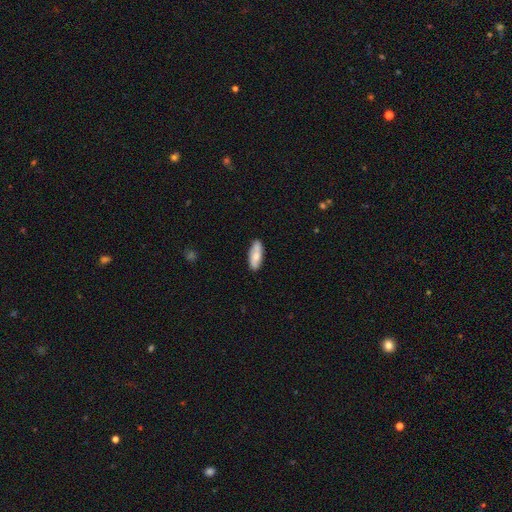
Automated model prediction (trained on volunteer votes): Morphology: type=smooth (68%); roundness=in between (68%); merging=none (81%).